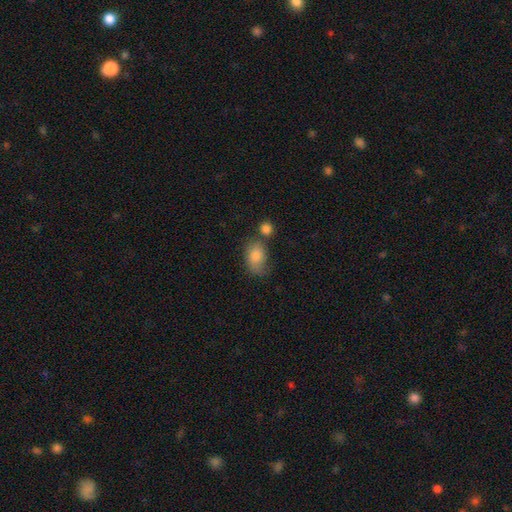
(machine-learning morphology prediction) Smooth or featured: smooth — 81% (featured or disk — 10%)
How rounded: in between — 84% (round — 15%)
Merging: none — 53% (minor disturbance — 22%)